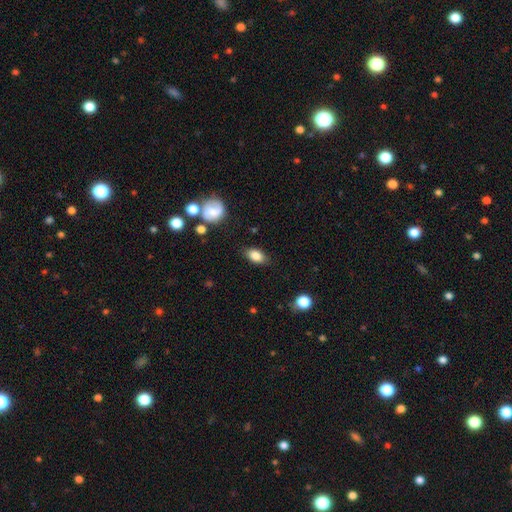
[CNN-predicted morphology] type=smooth (83%); roundness=in between (86%); merging=none (82%).